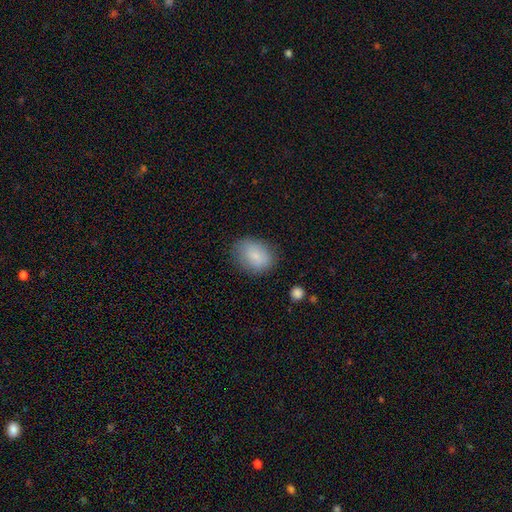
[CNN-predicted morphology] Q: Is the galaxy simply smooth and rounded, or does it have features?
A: smooth — 83%.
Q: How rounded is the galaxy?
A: in between — 66%.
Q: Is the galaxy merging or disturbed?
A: none — 79%.